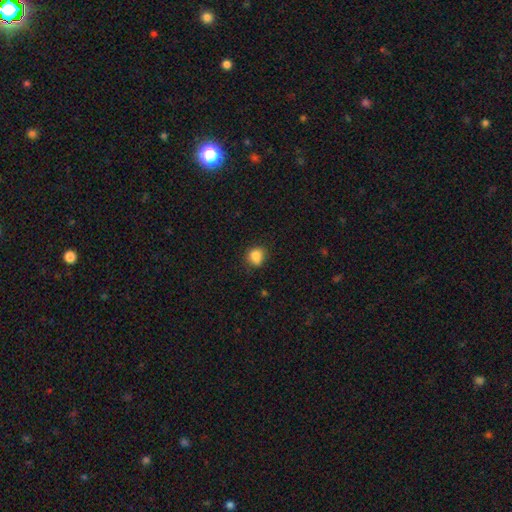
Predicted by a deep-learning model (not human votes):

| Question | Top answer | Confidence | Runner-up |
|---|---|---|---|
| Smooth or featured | smooth | 84% | star or artifact (11%) |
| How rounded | round | 70% | in between (29%) |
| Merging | none | 67% | minor disturbance (25%) |